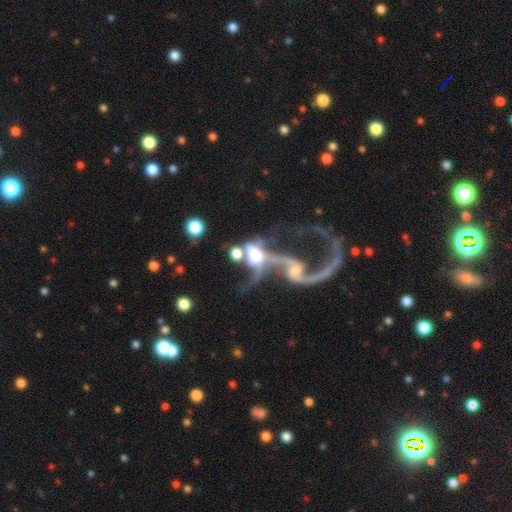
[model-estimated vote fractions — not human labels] A featured or disk galaxy (67%) with no bar (60%), spiral arms (65%) and a moderate central bulge (33%). Merging: merger (67%).